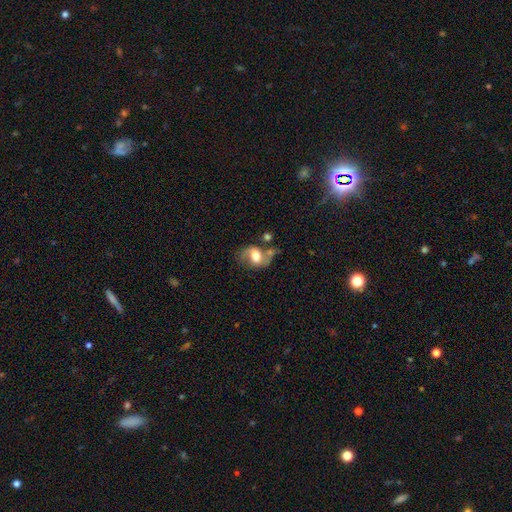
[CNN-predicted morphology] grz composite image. It shows a featured or disk galaxy (55%) with a weak bar (41%), spiral arms (75%) and a moderate central bulge (46%). Merging: none (41%).